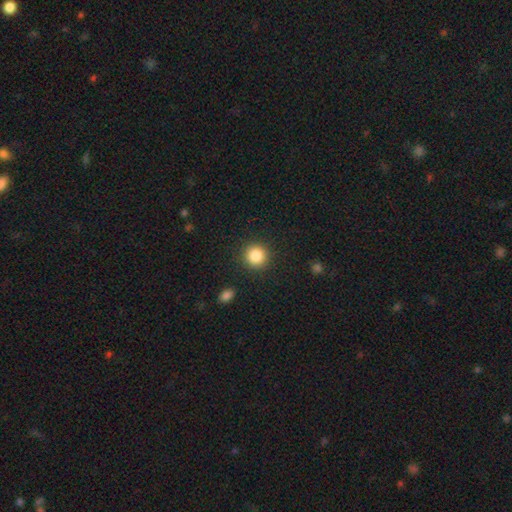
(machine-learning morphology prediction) A smooth galaxy with no disk features (86%) that is round (94%).

Vote fractions:
- Smooth or featured? smooth: 86% / star or artifact: 10% / featured or disk: 5%
- How rounded? round: 94% / in between: 5% / cigar-shaped: 1%
- Merging? none: 90% / minor disturbance: 6% / major disturbance: 2% / merger: 1%